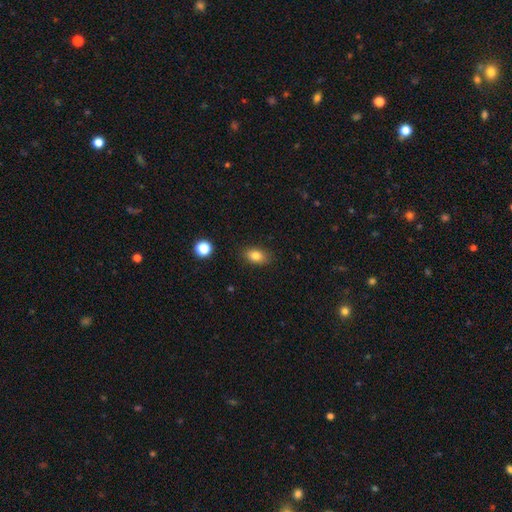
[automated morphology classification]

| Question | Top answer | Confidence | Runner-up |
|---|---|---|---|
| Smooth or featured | smooth | 82% | star or artifact (10%) |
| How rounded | in between | 83% | round (14%) |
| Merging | none | 86% | minor disturbance (10%) |